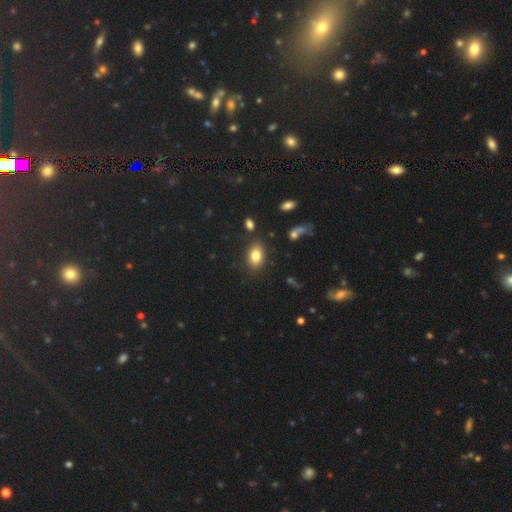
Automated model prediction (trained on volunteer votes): Q: Smooth or featured?
A: smooth (82%); runner-up: star or artifact (9%)
Q: How rounded?
A: in between (85%); runner-up: round (13%)
Q: Merging?
A: none (83%); runner-up: minor disturbance (10%)